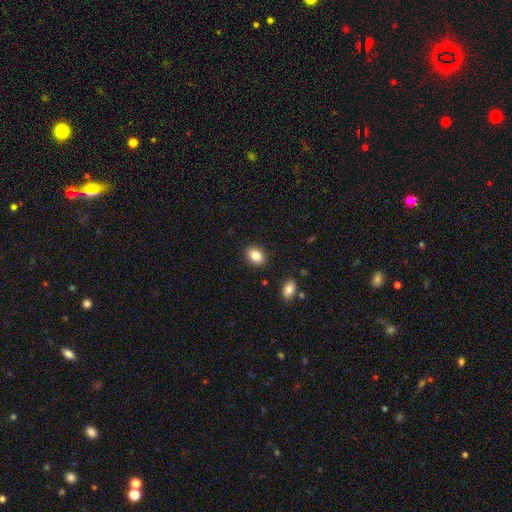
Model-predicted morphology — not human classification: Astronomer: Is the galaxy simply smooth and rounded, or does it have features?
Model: smooth — 84%.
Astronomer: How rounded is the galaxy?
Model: in between — 73%.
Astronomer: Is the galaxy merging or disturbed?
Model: none — 88%.